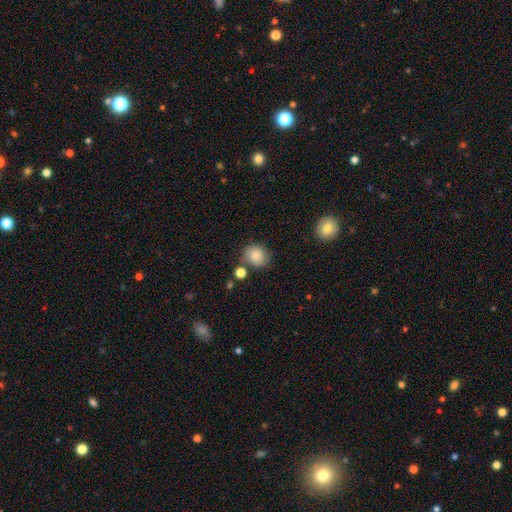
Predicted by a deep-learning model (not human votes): Smooth or featured? smooth (83%)
How rounded? round (77%)
Merging? none (71%)